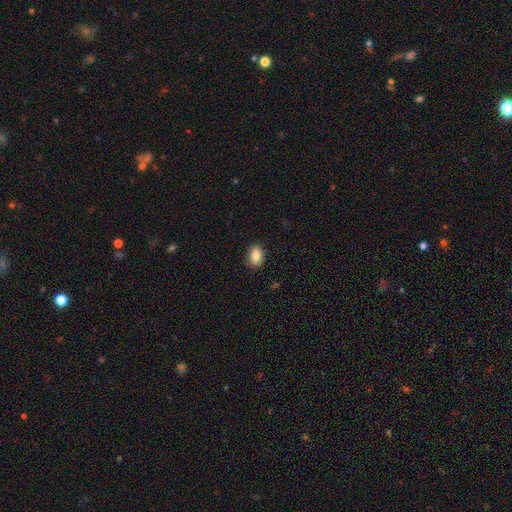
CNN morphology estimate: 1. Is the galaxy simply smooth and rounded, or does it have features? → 85% smooth, 8% star or artifact, 7% featured or disk.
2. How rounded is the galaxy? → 80% in between, 19% round, 1% cigar-shaped.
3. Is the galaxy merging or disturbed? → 89% none, 8% minor disturbance, 2% major disturbance, 1% merger.